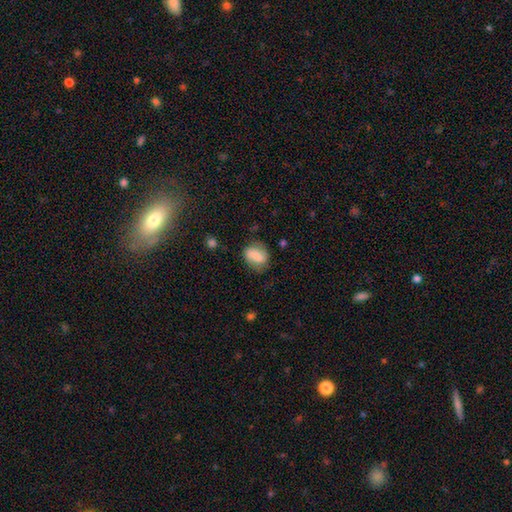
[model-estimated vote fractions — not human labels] This is likely a smooth galaxy (69%). How rounded: likely in between (60%). Merging: likely none (67%).